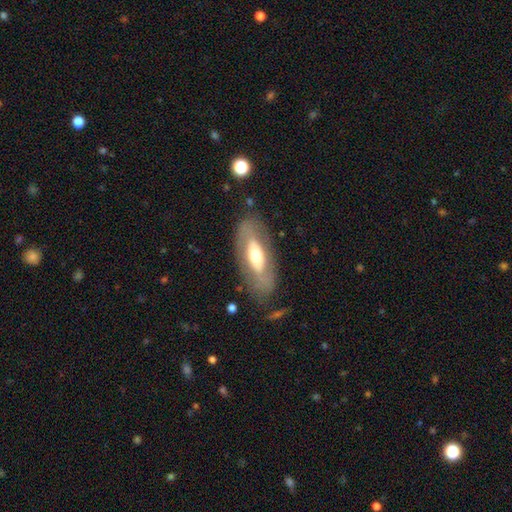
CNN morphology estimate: Q: Smooth or featured?
A: featured or disk (51%); runner-up: smooth (43%)
Q: Edge-on disk?
A: no (76%); runner-up: yes (24%)
Q: Merging?
A: none (75%); runner-up: minor disturbance (15%)